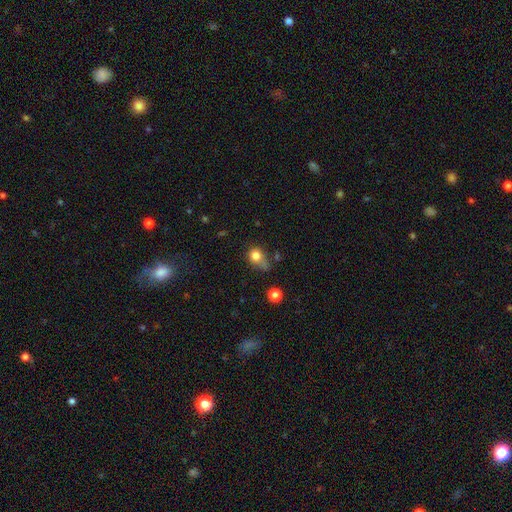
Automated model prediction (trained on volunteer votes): smooth 79%, star or artifact 12%, featured or disk 9%. Down the decision tree: how rounded — round (75%); merging — none (46%).